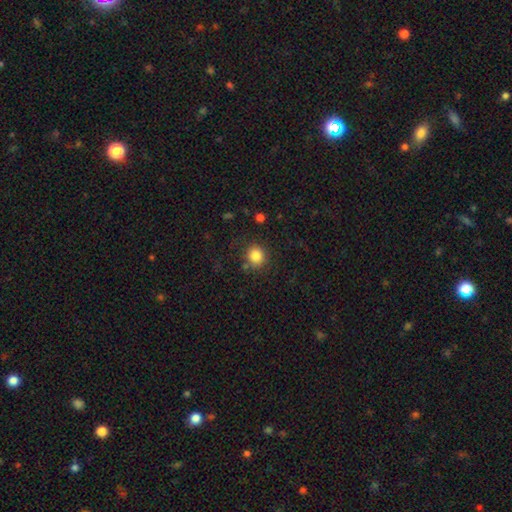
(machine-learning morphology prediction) Smooth or featured: smooth — 84% (star or artifact — 11%)
How rounded: round — 87% (in between — 13%)
Merging: none — 82% (minor disturbance — 10%)